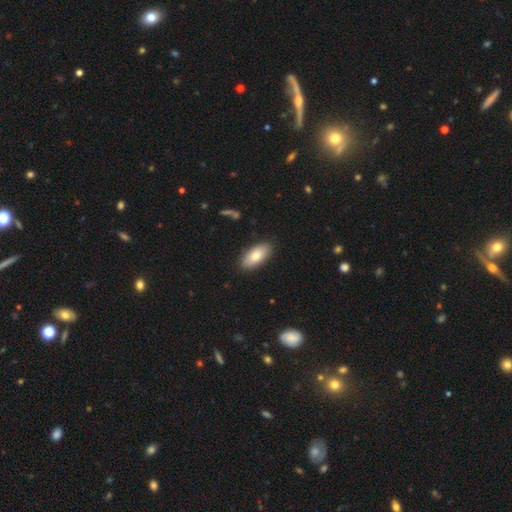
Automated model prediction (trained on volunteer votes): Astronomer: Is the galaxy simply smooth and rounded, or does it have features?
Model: smooth — 79%.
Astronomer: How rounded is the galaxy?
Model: in between — 91%.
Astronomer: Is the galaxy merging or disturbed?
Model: none — 88%.